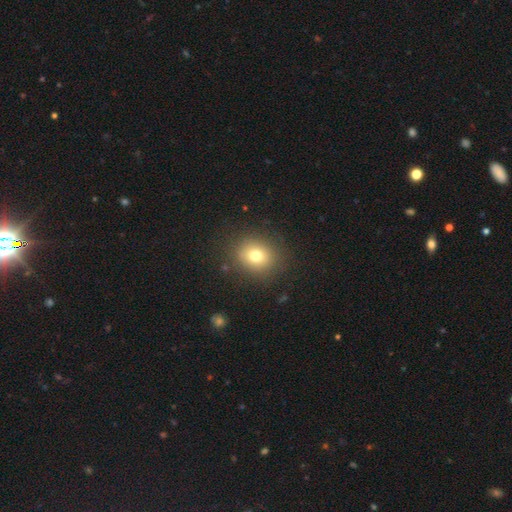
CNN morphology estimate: Overall: smooth (75%). How rounded: round (76%). Merging: none (87%).